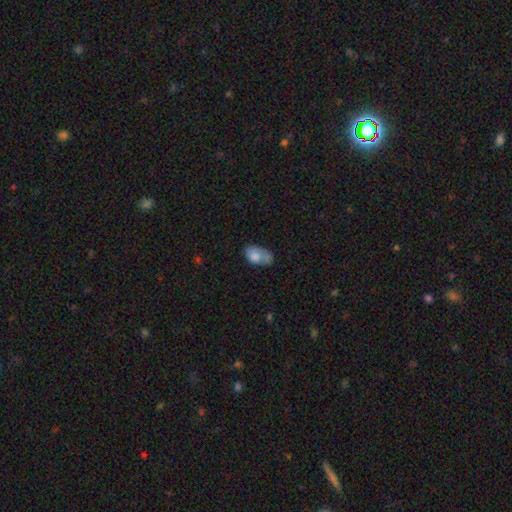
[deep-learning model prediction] Smooth or featured? smooth (75%)
How rounded? in between (91%)
Merging? none (41%)